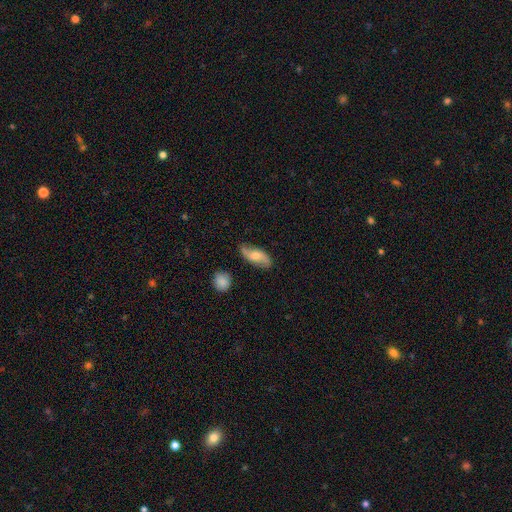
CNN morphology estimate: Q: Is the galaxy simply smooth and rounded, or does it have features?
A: featured or disk — 47%, tied with smooth.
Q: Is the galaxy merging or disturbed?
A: none — 77%.